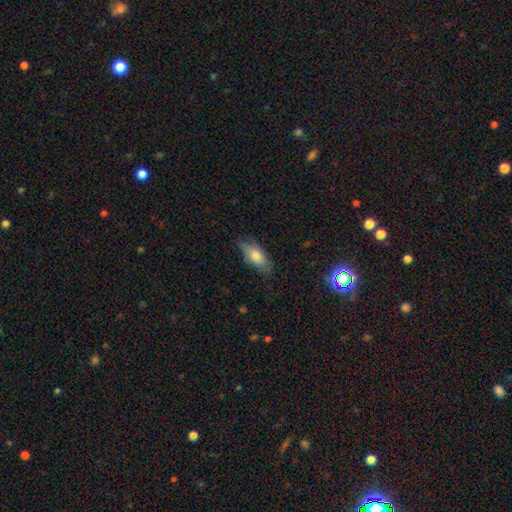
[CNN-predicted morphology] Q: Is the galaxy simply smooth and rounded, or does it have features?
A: smooth — 72%.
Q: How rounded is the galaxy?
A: in between — 83%.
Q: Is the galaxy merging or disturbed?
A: none — 69%.